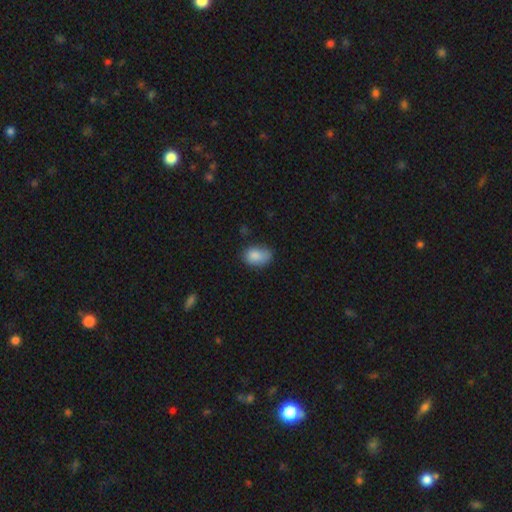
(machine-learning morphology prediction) The model was most divided on "merging": none: 54%, minor disturbance: 33%, major disturbance: 9%, merger: 3%. More confident: smooth or featured — smooth (84%); how rounded — in between (81%).